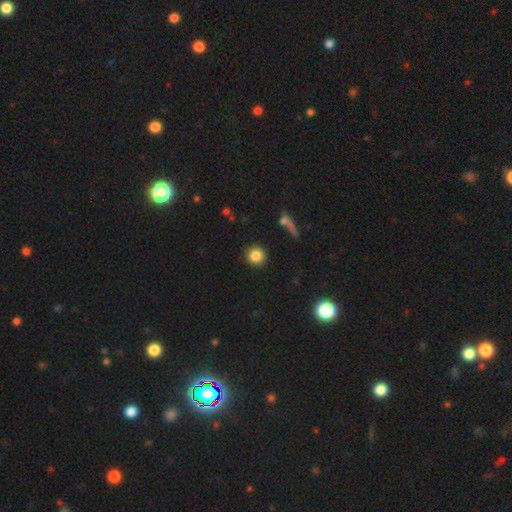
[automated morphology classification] smooth 84%, star or artifact 10%, featured or disk 6%. Down the decision tree: how rounded — round (94%); merging — none (91%).